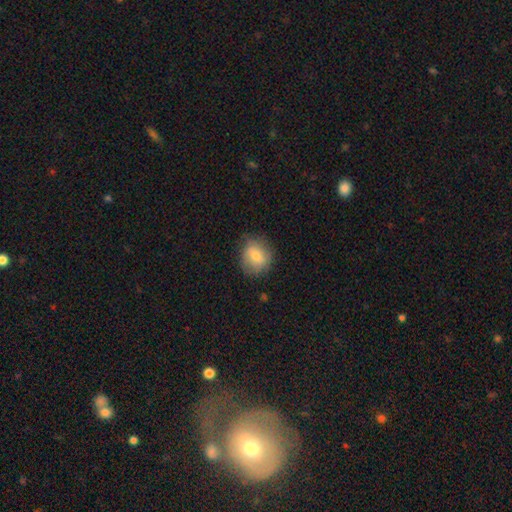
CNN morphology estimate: Smooth or featured? smooth (73%)
How rounded? round (75%)
Merging? none (75%)